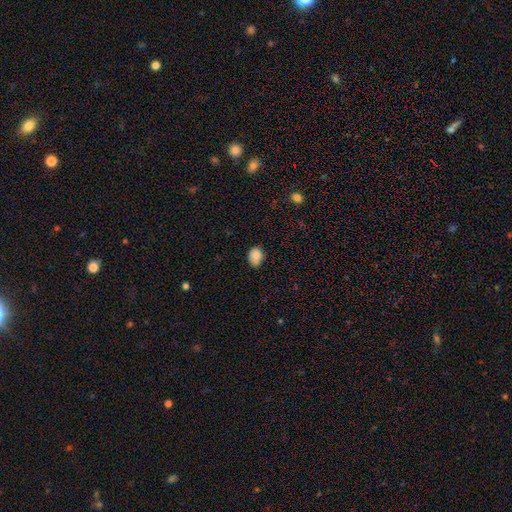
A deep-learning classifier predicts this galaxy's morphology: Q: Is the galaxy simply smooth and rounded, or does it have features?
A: smooth — 85%.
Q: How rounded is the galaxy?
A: in between — 68%.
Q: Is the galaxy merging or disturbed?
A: none — 69%.